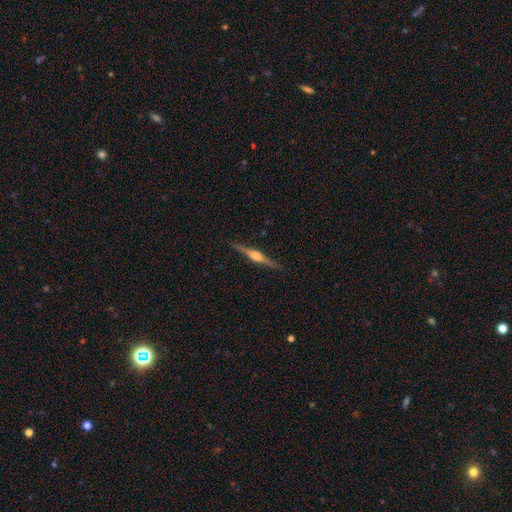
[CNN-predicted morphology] Smooth or featured?
  - featured or disk: 82% *
  - smooth: 13%
  - star or artifact: 5%
Edge-on disk?
  - yes: 98% *
  - no: 2%
Edge-on bulge?
  - rounded: 89% *
  - boxy: 9%
  - none: 3%
Merging?
  - none: 90% *
  - minor disturbance: 7%
  - major disturbance: 2%
  - merger: 1%